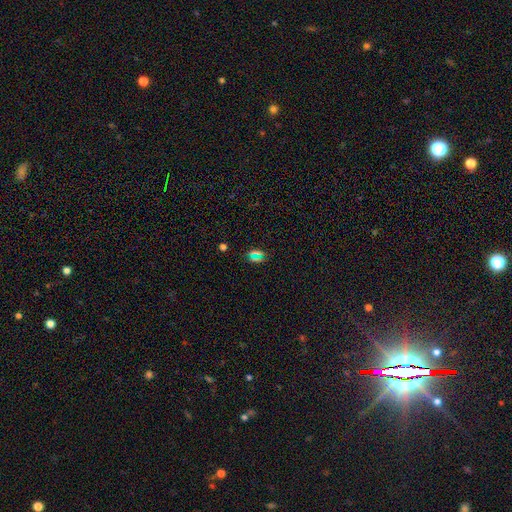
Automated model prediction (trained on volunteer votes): Morphology: type=smooth (47%); merging=none (72%).